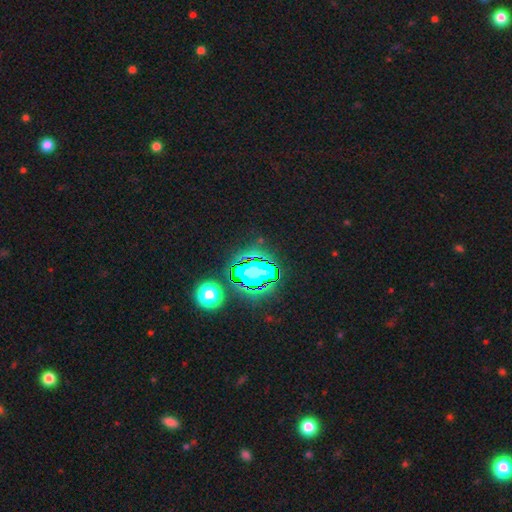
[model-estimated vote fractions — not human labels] This is clearly a star or artifact rather than a galaxy (83%).